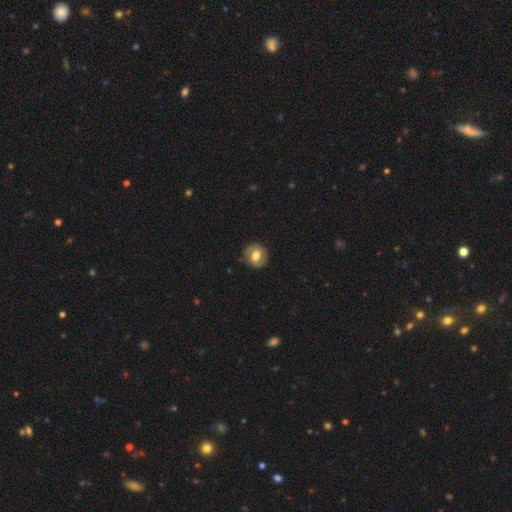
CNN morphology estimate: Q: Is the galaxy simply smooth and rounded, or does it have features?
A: smooth — 59%.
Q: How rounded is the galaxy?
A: round — 76%.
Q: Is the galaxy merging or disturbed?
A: none — 82%.